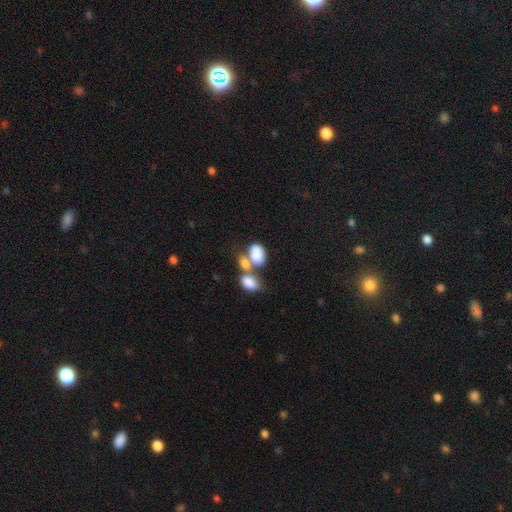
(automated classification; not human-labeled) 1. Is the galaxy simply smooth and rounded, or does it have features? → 79% smooth, 13% featured or disk, 8% star or artifact.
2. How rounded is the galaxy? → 87% in between, 11% round, 1% cigar-shaped.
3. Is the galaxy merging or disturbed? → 64% merger, 20% none, 9% minor disturbance, 7% major disturbance.